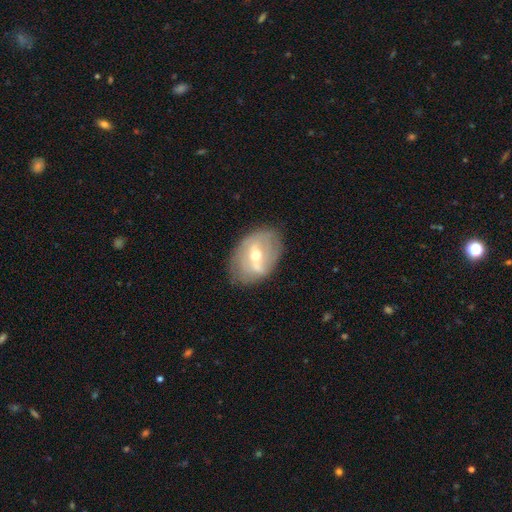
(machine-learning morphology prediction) Smooth or featured? Predicted: featured or disk (p=0.66). Edge-on disk? Predicted: no (p=0.93). Bar? Predicted: weak (p=0.43). Spiral arms? Predicted: yes (p=0.51). Bulge size? Predicted: moderate (p=0.68). Merging? Predicted: none (p=0.70).